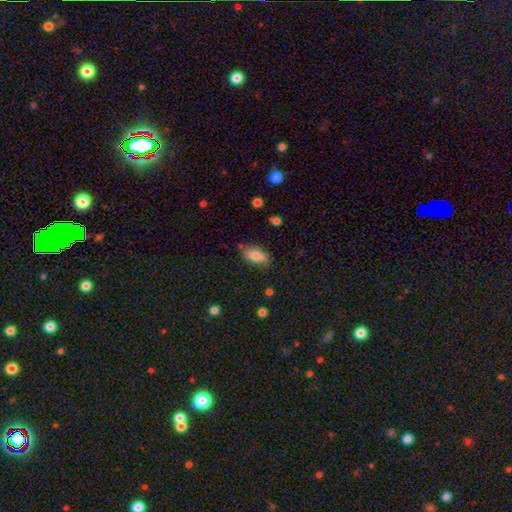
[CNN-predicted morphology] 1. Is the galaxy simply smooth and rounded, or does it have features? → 77% smooth, 16% featured or disk, 7% star or artifact.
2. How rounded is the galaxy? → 86% in between, 11% cigar-shaped, 3% round.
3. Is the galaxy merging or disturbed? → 73% none, 20% minor disturbance, 4% major disturbance, 3% merger.